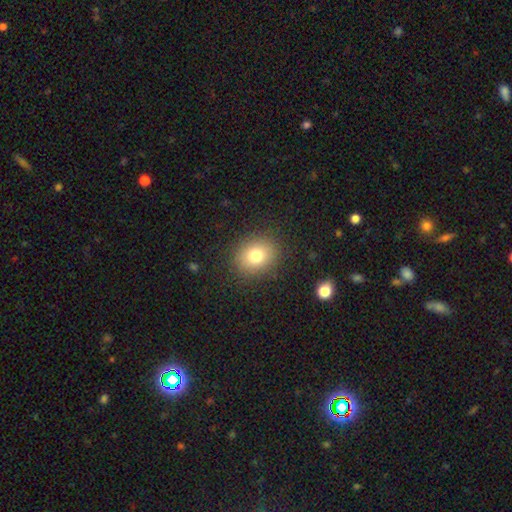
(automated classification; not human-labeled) Q: Smooth or featured?
A: smooth (78%); runner-up: star or artifact (12%)
Q: How rounded?
A: round (61%); runner-up: in between (38%)
Q: Merging?
A: none (87%); runner-up: minor disturbance (8%)